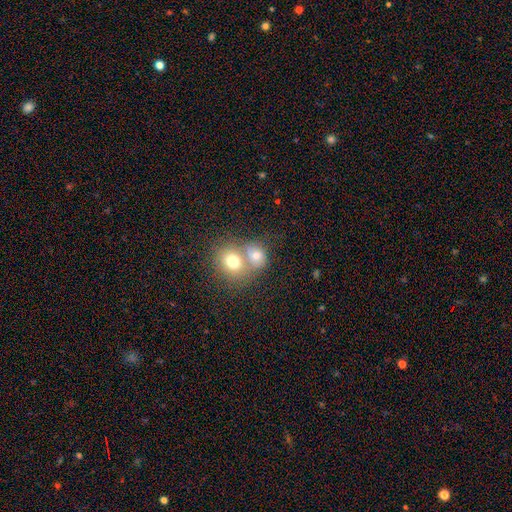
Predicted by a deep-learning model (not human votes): Q: Smooth or featured?
A: smooth (72%); runner-up: featured or disk (16%)
Q: How rounded?
A: round (66%); runner-up: in between (33%)
Q: Merging?
A: merger (58%); runner-up: none (31%)